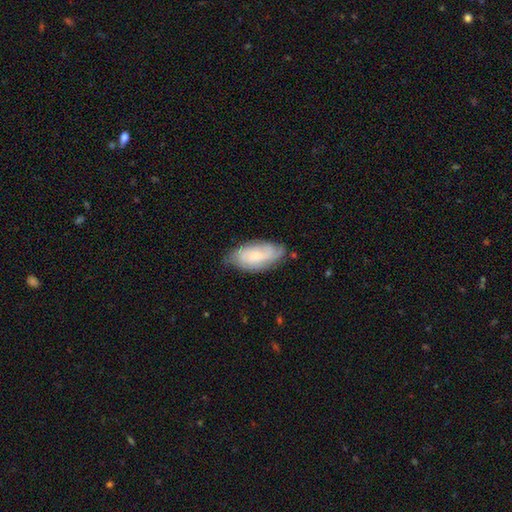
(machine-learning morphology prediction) Smooth or featured: featured or disk — 57% (smooth — 36%)
Edge-on disk: no — 92% (yes — 8%)
Bar: no — 67% (weak — 28%)
Spiral arms: yes — 89% (no — 11%)
Bulge size: small — 59% (moderate — 28%)
Merging: none — 70% (minor disturbance — 23%)